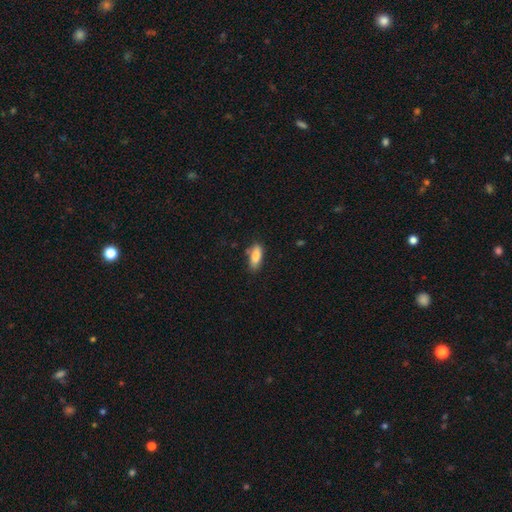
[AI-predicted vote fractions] This appears to be a smooth galaxy with no disk features (84%) that is in between round and cigar-shaped (77%). Merging: none (72%).